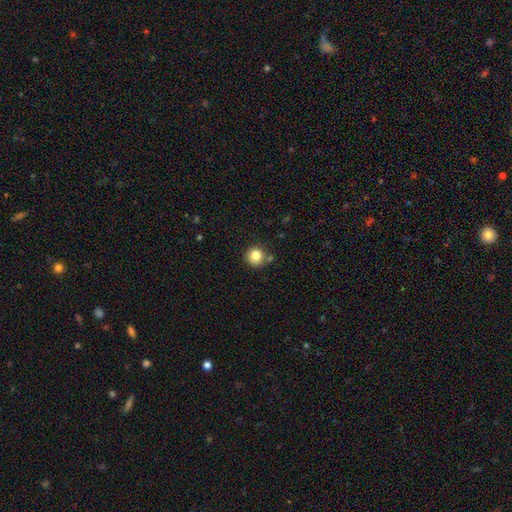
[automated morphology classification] A smooth galaxy with no disk features (83%) that is round (93%). Merging: none (77%).